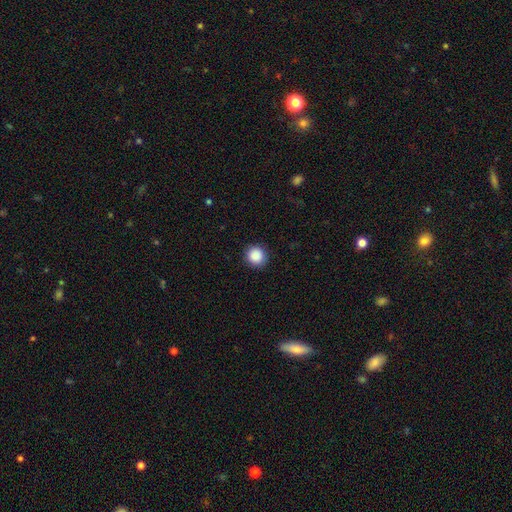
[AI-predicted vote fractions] Smooth or featured? smooth (89%)
How rounded? round (92%)
Merging? none (91%)